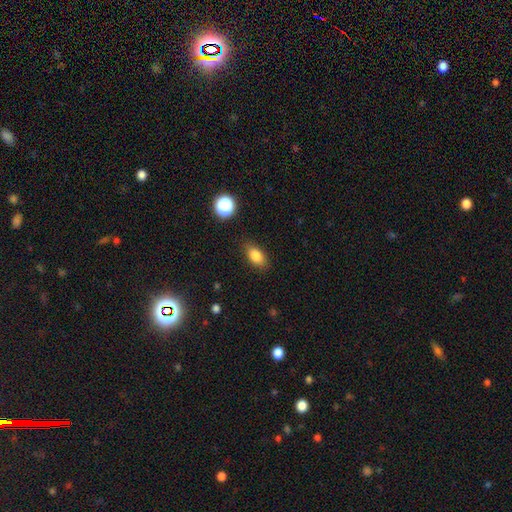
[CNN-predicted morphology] Smooth or featured?
  - smooth: 83% *
  - star or artifact: 10%
  - featured or disk: 7%
How rounded?
  - in between: 85% *
  - round: 10%
  - cigar-shaped: 5%
Merging?
  - none: 84% *
  - minor disturbance: 11%
  - major disturbance: 3%
  - merger: 1%